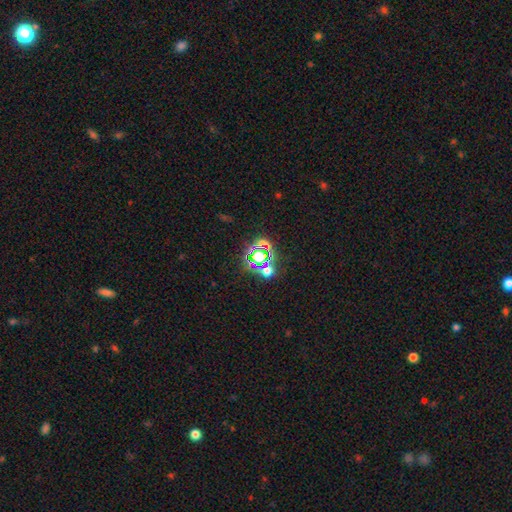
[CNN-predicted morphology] The model was most divided on "smooth or featured": star or artifact: 59%, smooth: 30%, featured or disk: 11%.